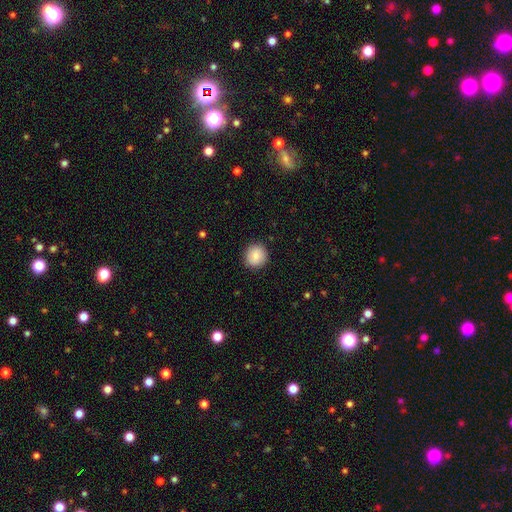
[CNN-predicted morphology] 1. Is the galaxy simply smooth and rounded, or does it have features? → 87% smooth, 8% star or artifact, 6% featured or disk.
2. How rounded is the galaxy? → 90% round, 9% in between, 1% cigar-shaped.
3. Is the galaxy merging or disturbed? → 90% none, 7% minor disturbance, 2% major disturbance, 1% merger.